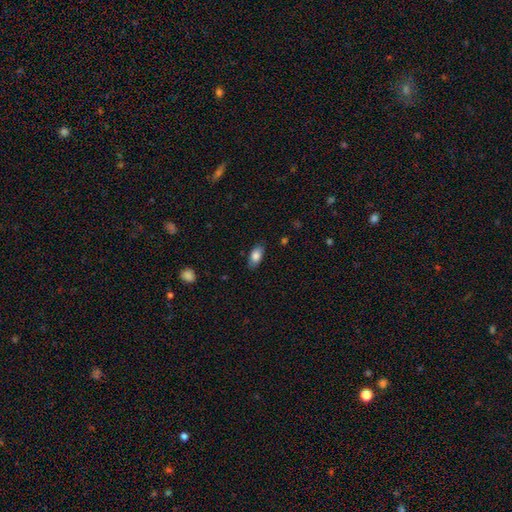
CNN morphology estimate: smooth_or_featured: smooth (p=0.83) [alt: featured or disk p=0.10]
how_rounded: in between (p=0.91) [alt: cigar-shaped p=0.05]
merging: none (p=0.84) [alt: minor disturbance p=0.12]